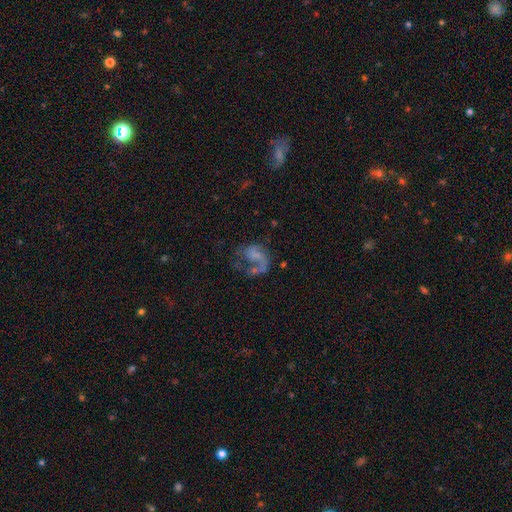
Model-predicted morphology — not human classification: This appears to be a featured or disk galaxy (67%) with no bar (69%), 1 (74%) loose (55%) spiral arms (77%) and no central bulge (49%). Merging: major disturbance (45%).